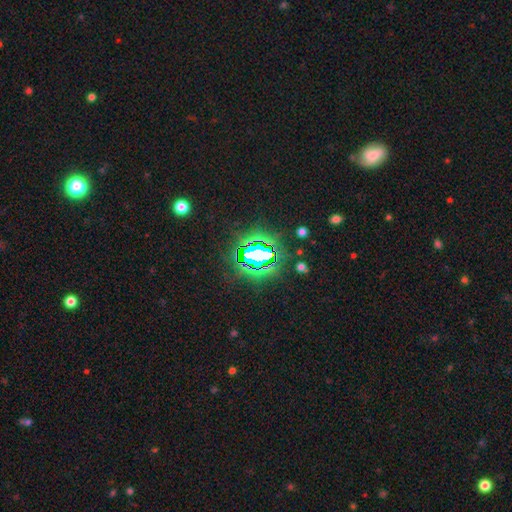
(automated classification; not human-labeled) Smooth or featured? star or artifact (81%)